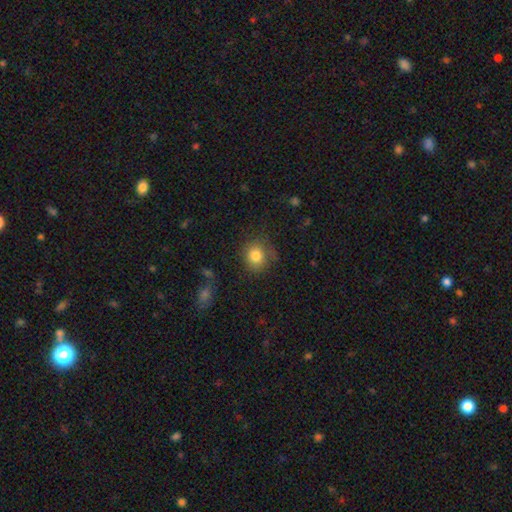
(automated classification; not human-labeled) Smooth or featured: smooth — 82% (star or artifact — 11%)
How rounded: round — 78% (in between — 21%)
Merging: none — 74% (minor disturbance — 18%)